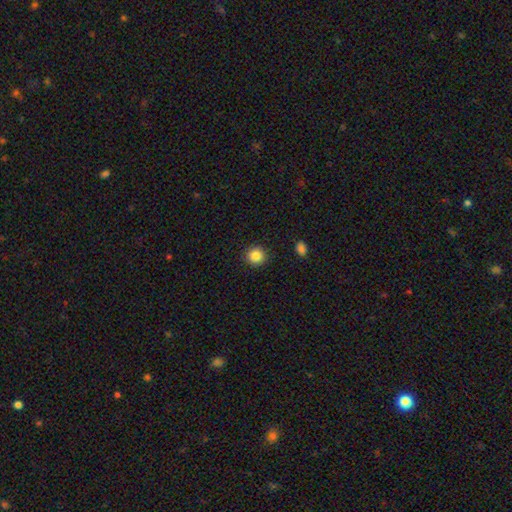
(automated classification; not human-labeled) Smooth or featured? smooth (85%)
How rounded? round (93%)
Merging? none (91%)